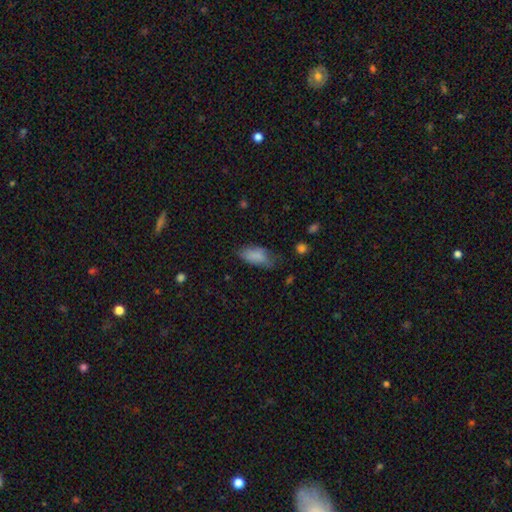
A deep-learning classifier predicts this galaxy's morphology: smooth-or-featured: smooth: 82% | featured or disk: 9% | star or artifact: 9%
  how-rounded: in between: 90% | cigar-shaped: 7% | round: 3%
  merging: none: 50% | minor disturbance: 34% | major disturbance: 13% | merger: 2%